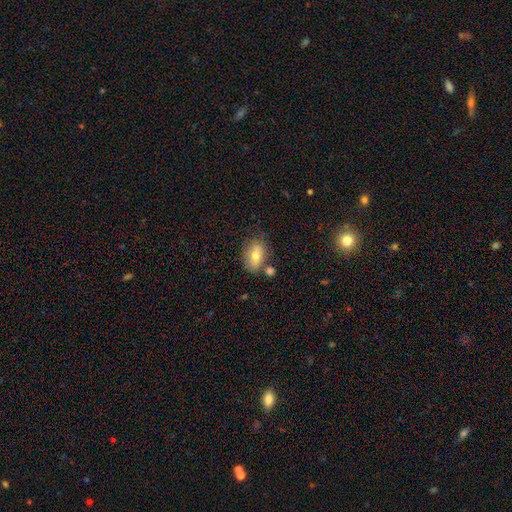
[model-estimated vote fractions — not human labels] Smooth or featured: smooth — 70% (featured or disk — 21%)
How rounded: in between — 83% (round — 15%)
Merging: none — 65% (minor disturbance — 18%)